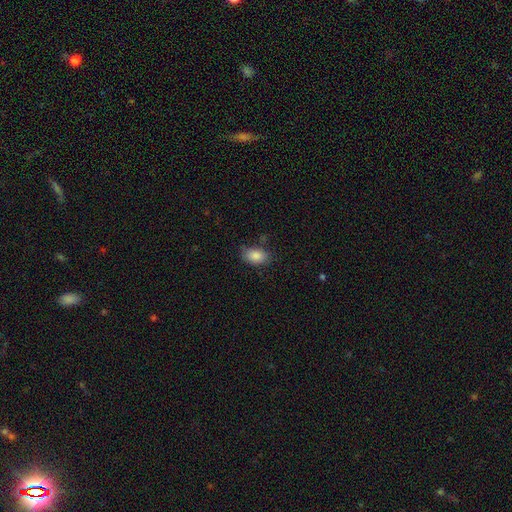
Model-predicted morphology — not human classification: Smooth or featured? Predicted: smooth (p=0.86). How rounded? Predicted: in between (p=0.89). Merging? Predicted: none (p=0.72).